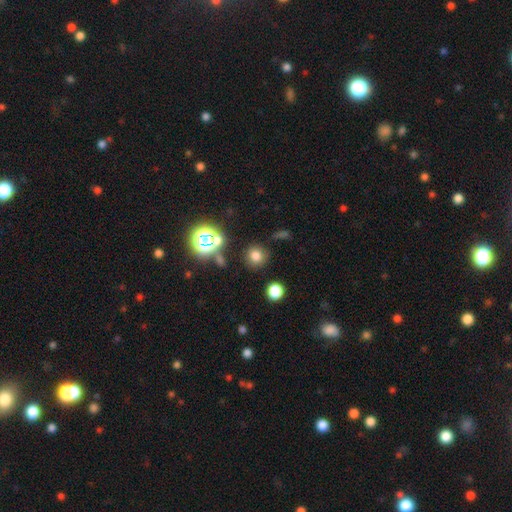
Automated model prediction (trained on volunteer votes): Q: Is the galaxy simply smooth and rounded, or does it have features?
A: smooth — 72%.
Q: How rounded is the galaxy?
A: round — 91%.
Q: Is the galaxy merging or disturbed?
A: none — 84%.